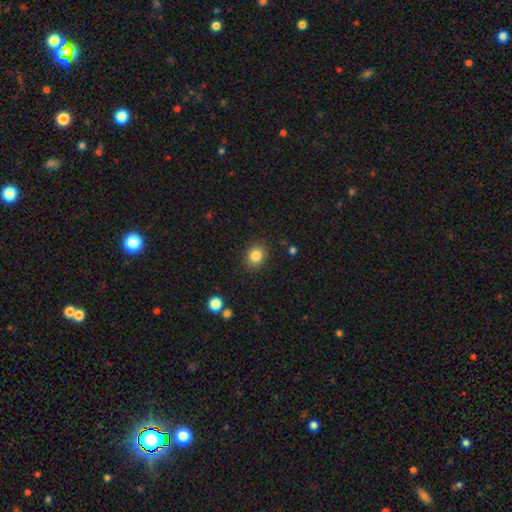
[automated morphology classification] Q: Smooth or featured?
A: smooth (83%); runner-up: star or artifact (10%)
Q: How rounded?
A: round (70%); runner-up: in between (29%)
Q: Merging?
A: none (89%); runner-up: minor disturbance (8%)